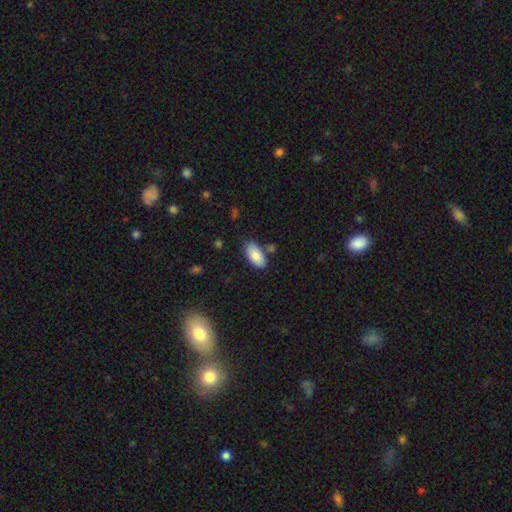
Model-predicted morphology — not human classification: This appears to be a smooth galaxy with no disk features (85%) that is in between round and cigar-shaped (94%). Merging: none (77%).